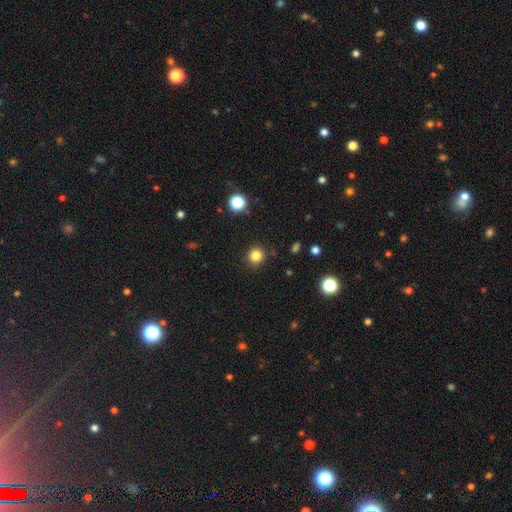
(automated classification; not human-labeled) Overall: smooth (83%). How rounded: round (93%). Merging: none (90%).